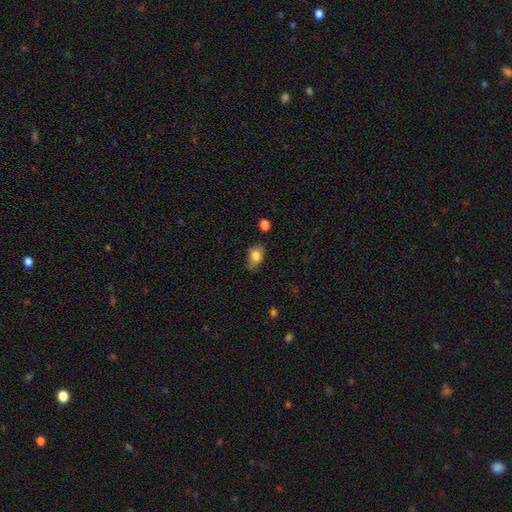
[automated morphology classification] The model was most divided on "merging": none: 64%, minor disturbance: 28%, major disturbance: 6%, merger: 3%. More confident: how rounded — in between (83%); smooth or featured — smooth (79%).